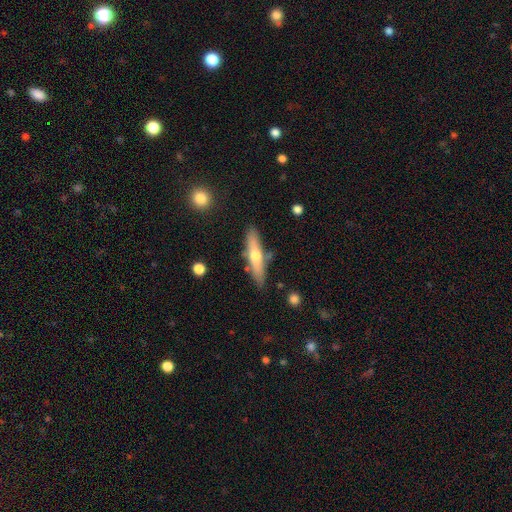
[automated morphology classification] featured or disk 47% (tied), smooth 47% (tied), star or artifact 6%. Down the decision tree: merging — none (78%).